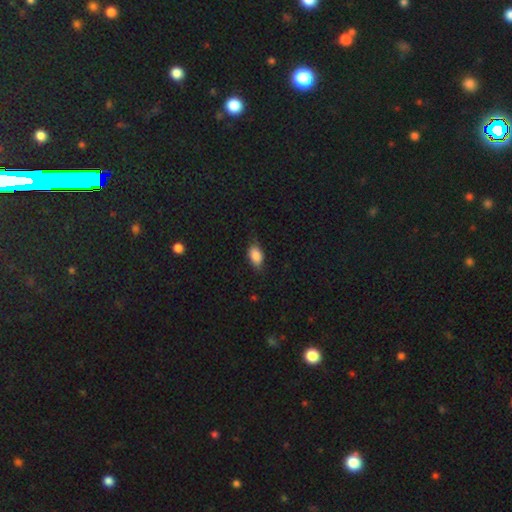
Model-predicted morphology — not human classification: This is clearly a smooth galaxy (84%). How rounded: clearly in between (87%). Merging: likely none (70%).